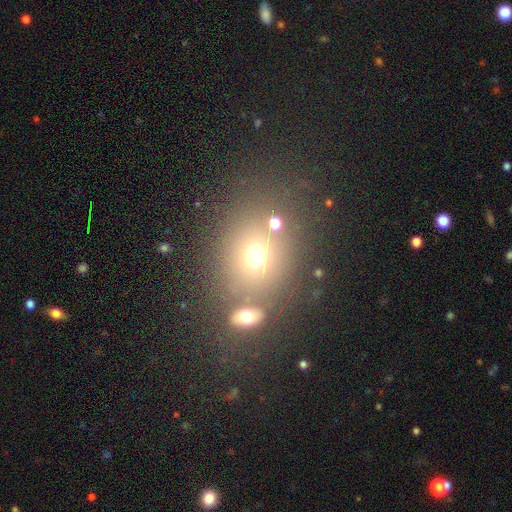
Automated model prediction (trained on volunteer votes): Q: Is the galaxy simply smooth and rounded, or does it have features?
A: smooth — 63%.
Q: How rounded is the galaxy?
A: round — 61%.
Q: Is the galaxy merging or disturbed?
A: none — 59%.